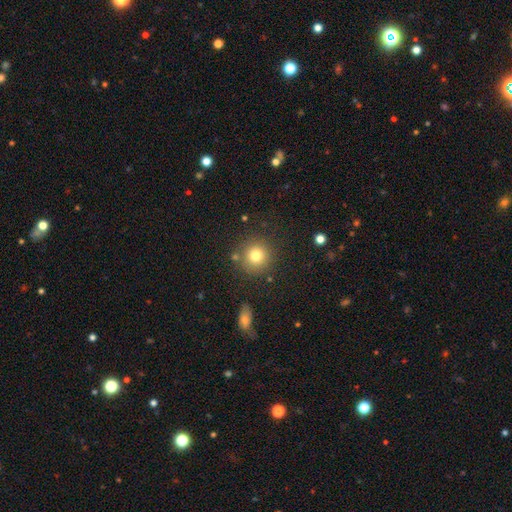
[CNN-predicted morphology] The model was most divided on "smooth or featured": smooth: 79%, star or artifact: 12%, featured or disk: 9%. More confident: how rounded — round (93%); merging — none (83%).